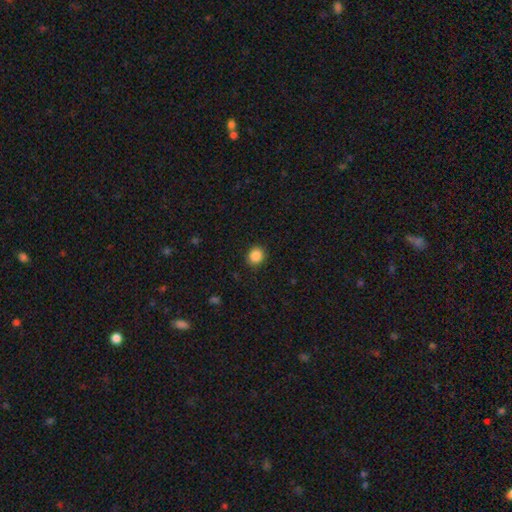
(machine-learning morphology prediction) Q: Smooth or featured?
A: smooth (87%); runner-up: star or artifact (10%)
Q: How rounded?
A: round (80%); runner-up: in between (19%)
Q: Merging?
A: none (91%); runner-up: minor disturbance (6%)